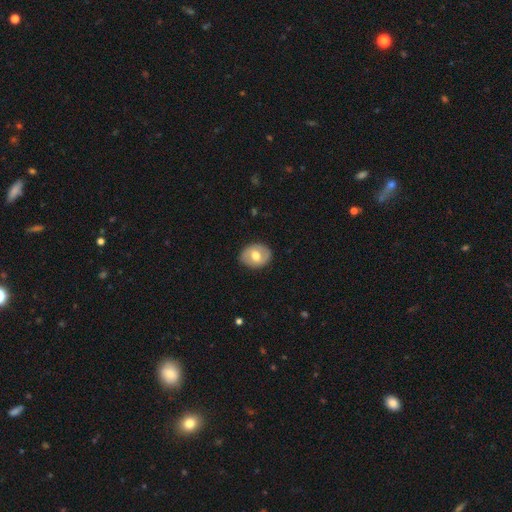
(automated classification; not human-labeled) The model was most divided on "how rounded": in between: 55%, round: 44%, cigar-shaped: 1%. More confident: merging — none (85%); smooth or featured — smooth (53%).